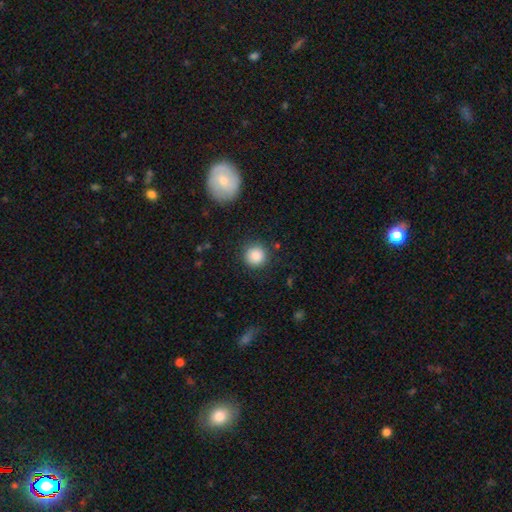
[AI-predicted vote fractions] Smooth or featured: smooth — 87% (star or artifact — 9%)
How rounded: round — 94% (in between — 5%)
Merging: none — 88% (minor disturbance — 7%)